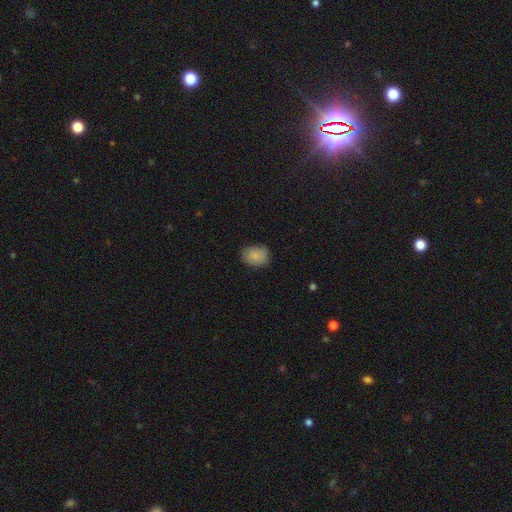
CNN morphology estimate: Smooth or featured? smooth (84%)
How rounded? in between (64%)
Merging? none (80%)